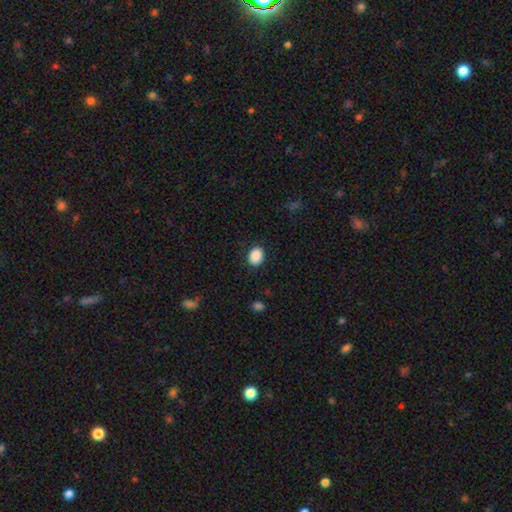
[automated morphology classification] smooth_or_featured: smooth (p=0.89) [alt: star or artifact p=0.08]
how_rounded: in between (p=0.57) [alt: round p=0.42]
merging: none (p=0.87) [alt: minor disturbance p=0.09]